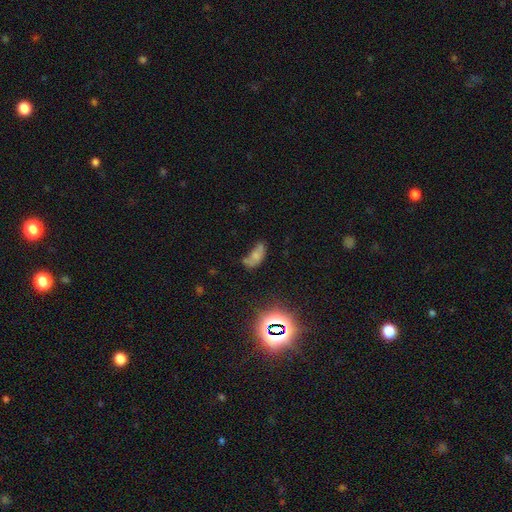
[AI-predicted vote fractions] This appears to be a smooth galaxy with no disk features (54%) that is in between round and cigar-shaped (88%). Merging: none (29%).